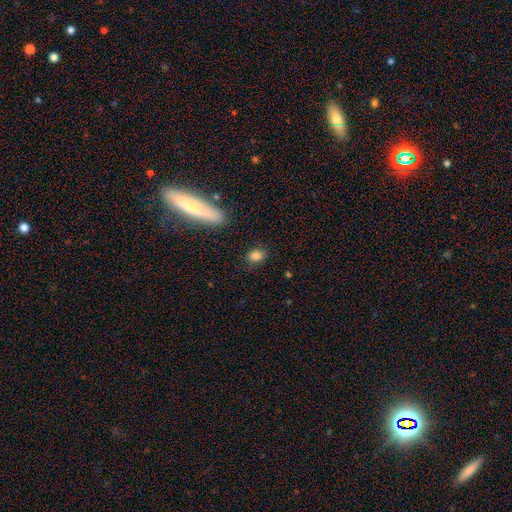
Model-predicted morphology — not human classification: Smooth or featured: smooth — 84% (star or artifact — 10%)
How rounded: in between — 57% (round — 41%)
Merging: none — 83% (minor disturbance — 12%)